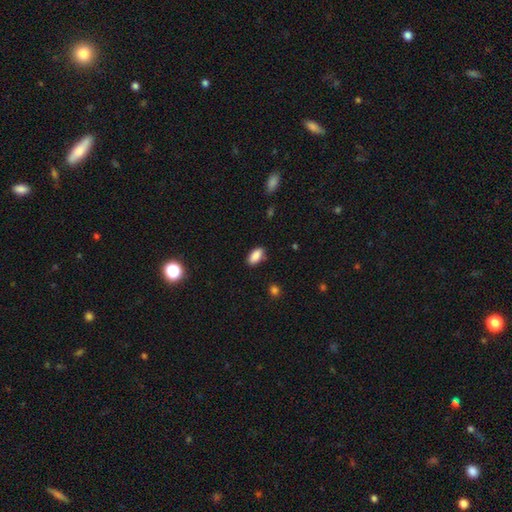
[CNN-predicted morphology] A smooth galaxy with no disk features (87%) that is in between round and cigar-shaped (90%).

Vote fractions:
- Smooth or featured? smooth: 87% / star or artifact: 8% / featured or disk: 5%
- How rounded? in between: 90% / cigar-shaped: 7% / round: 3%
- Merging? none: 85% / minor disturbance: 11% / major disturbance: 2% / merger: 1%